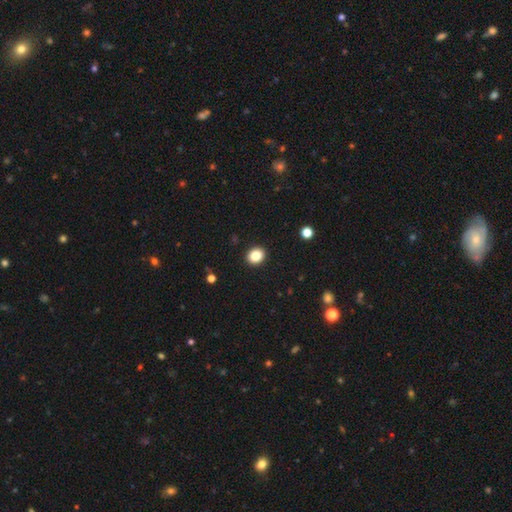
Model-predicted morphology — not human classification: This appears to be a smooth galaxy with no disk features (84%) that is round (65%). Merging: none (92%).